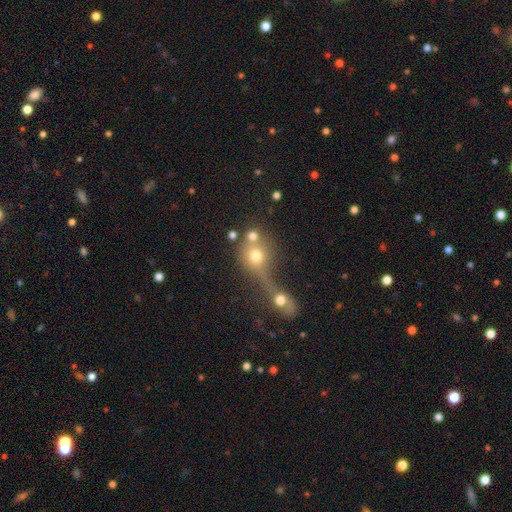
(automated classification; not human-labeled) Smooth or featured? Predicted: smooth (p=0.64). How rounded? Predicted: round (p=0.81). Merging? Predicted: merger (p=0.58).